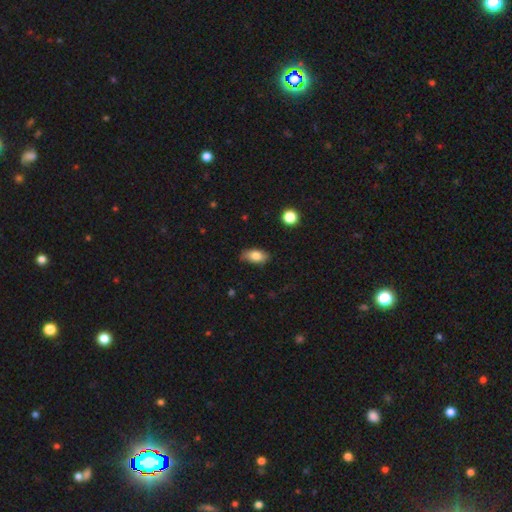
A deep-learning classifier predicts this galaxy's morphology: smooth-or-featured: smooth: 81% | featured or disk: 12% | star or artifact: 8%
  how-rounded: in between: 90% | round: 5% | cigar-shaped: 5%
  merging: none: 81% | minor disturbance: 16% | major disturbance: 2% | merger: 1%